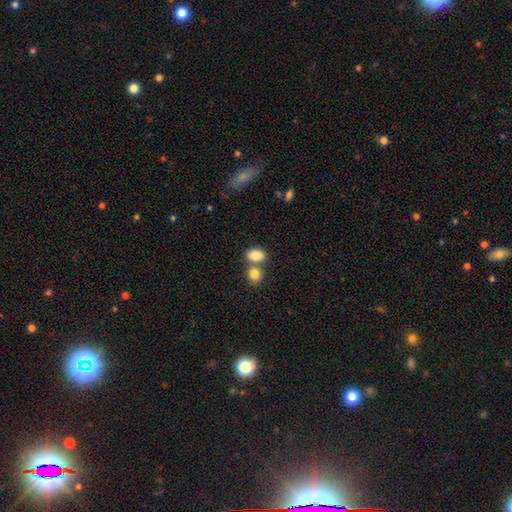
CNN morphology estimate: This appears to be a smooth galaxy with no disk features (84%) that is in between round and cigar-shaped (73%). Merging: none (49%).